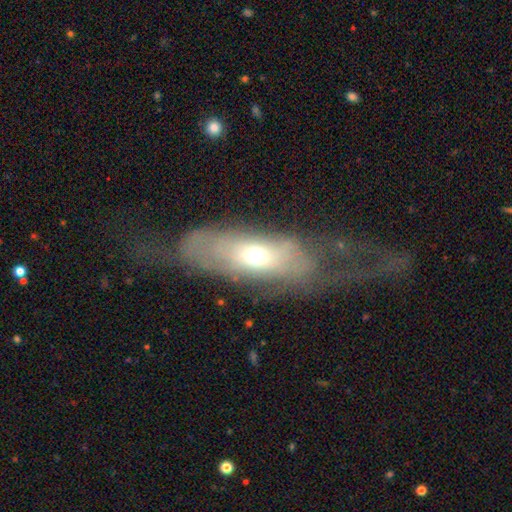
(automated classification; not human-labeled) This appears to be a featured or disk galaxy (46%). Merging: major disturbance (47%).